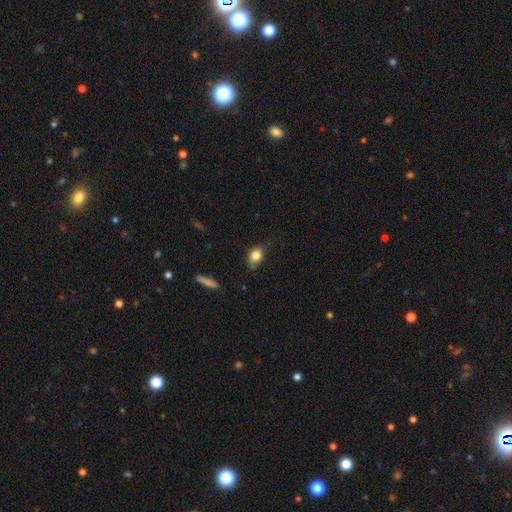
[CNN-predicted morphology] Overall: smooth (81%). How rounded: in between (71%). Merging: none (64%; minor disturbance 28%).